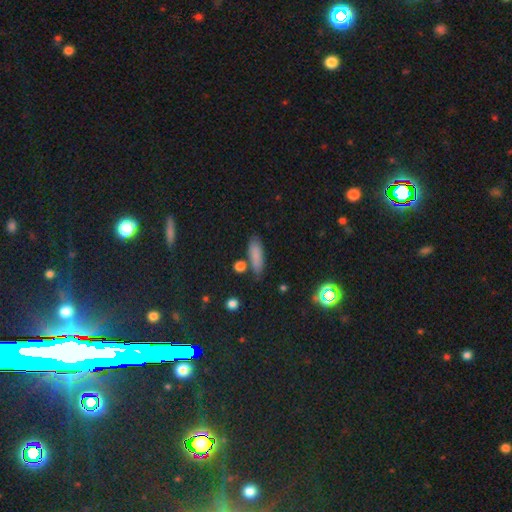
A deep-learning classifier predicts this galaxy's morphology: The model was most divided on "how rounded": cigar-shaped: 49%, in between: 47%, round: 4%. More confident: smooth or featured — smooth (80%); merging — none (75%).